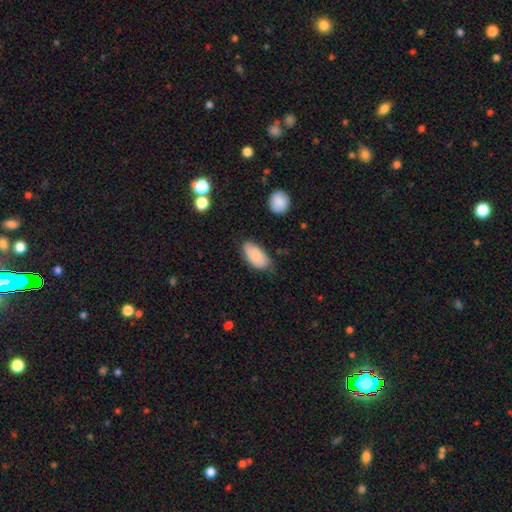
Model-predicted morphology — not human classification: This is clearly a smooth galaxy (84%). How rounded: clearly in between (94%). Merging: likely none (67%).